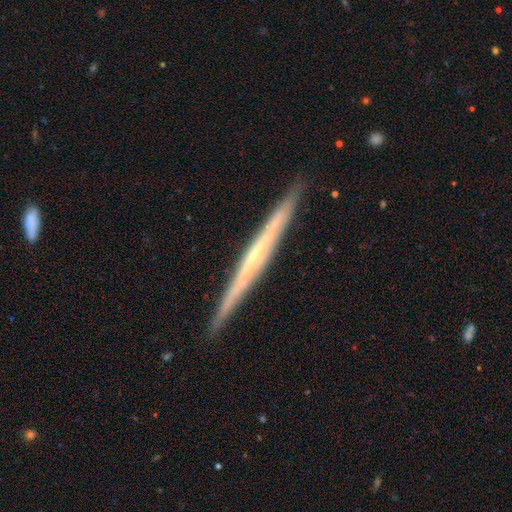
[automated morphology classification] A featured or disk galaxy (73%) viewed edge-on (97%) with no central bulge (68%).

Vote fractions:
- Smooth or featured? featured or disk: 73% / smooth: 21% / star or artifact: 6%
- Edge-on disk? yes: 97% / no: 3%
- Edge-on bulge? none: 68% / rounded: 26% / boxy: 6%
- Merging? none: 91% / minor disturbance: 7% / major disturbance: 1% / merger: 1%